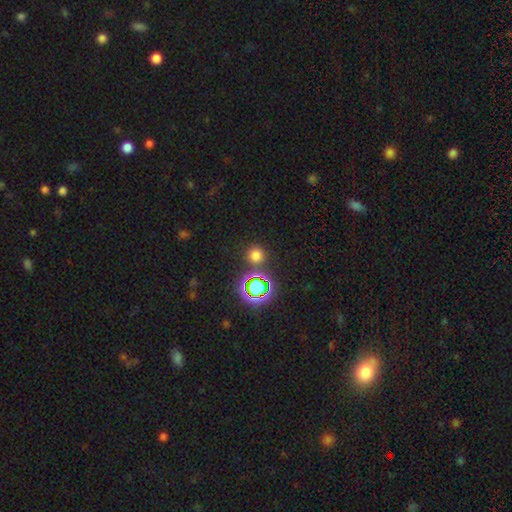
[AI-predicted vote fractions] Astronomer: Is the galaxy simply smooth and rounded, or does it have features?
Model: smooth — 67%.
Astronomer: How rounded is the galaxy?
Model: round — 93%.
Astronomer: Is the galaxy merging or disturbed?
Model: none — 83%.